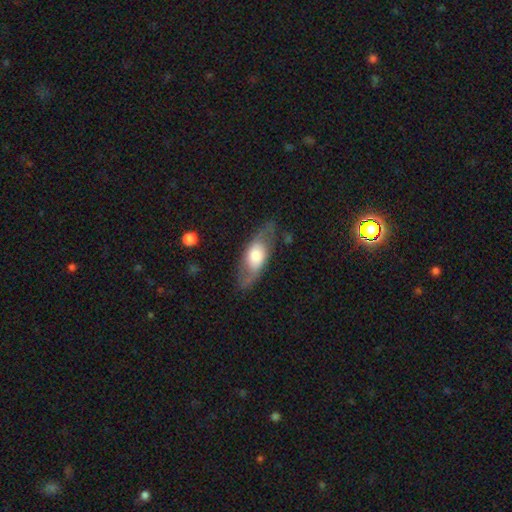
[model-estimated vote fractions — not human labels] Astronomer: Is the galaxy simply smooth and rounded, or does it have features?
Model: featured or disk — 49% (runner-up: smooth, 45%).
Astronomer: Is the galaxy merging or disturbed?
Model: none — 72%.